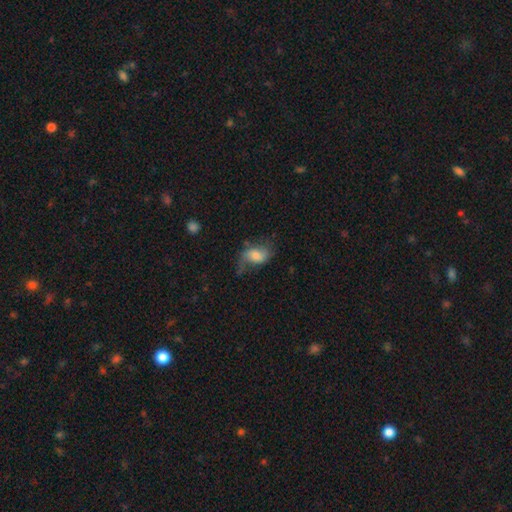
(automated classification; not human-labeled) This is possibly a featured or disk galaxy (46%, tied with smooth). Merging: marginally none (43%).